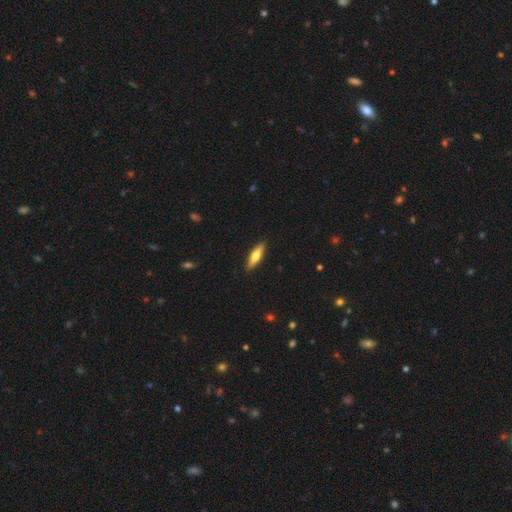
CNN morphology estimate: smooth-or-featured: smooth: 60% | featured or disk: 35% | star or artifact: 5%
  how-rounded: cigar-shaped: 66% | in between: 32% | round: 2%
  merging: none: 90% | minor disturbance: 7% | major disturbance: 2% | merger: 1%